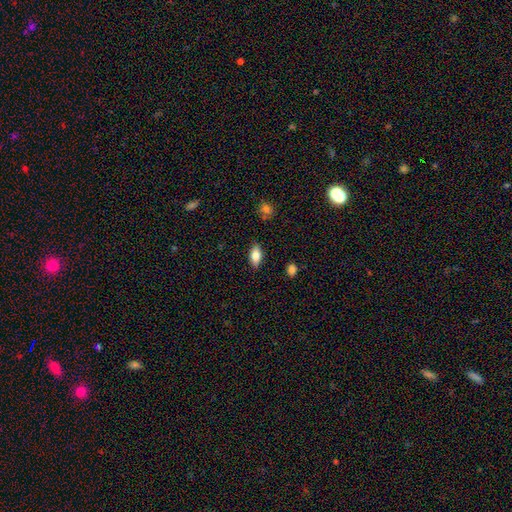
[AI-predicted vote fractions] Overall: smooth (78%). How rounded: in between (87%). Merging: none (86%).